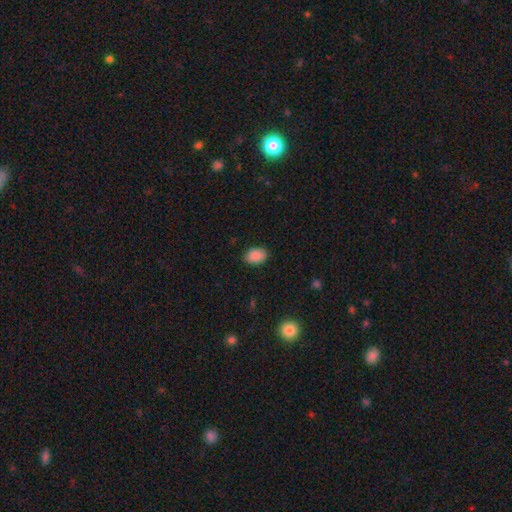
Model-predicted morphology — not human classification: Smooth or featured? Predicted: smooth (p=0.89). How rounded? Predicted: in between (p=0.79). Merging? Predicted: none (p=0.86).